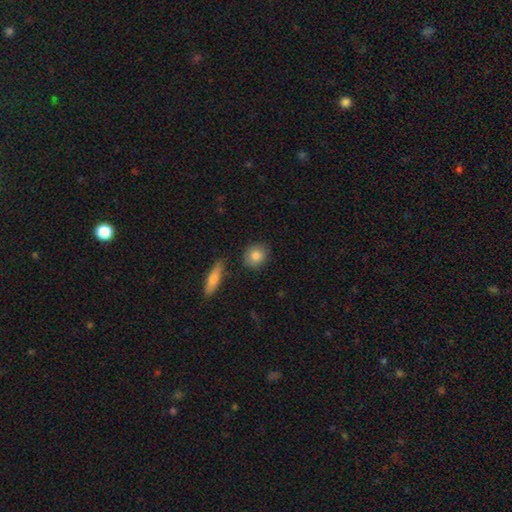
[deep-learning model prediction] Smooth or featured? smooth (84%)
How rounded? round (76%)
Merging? none (84%)